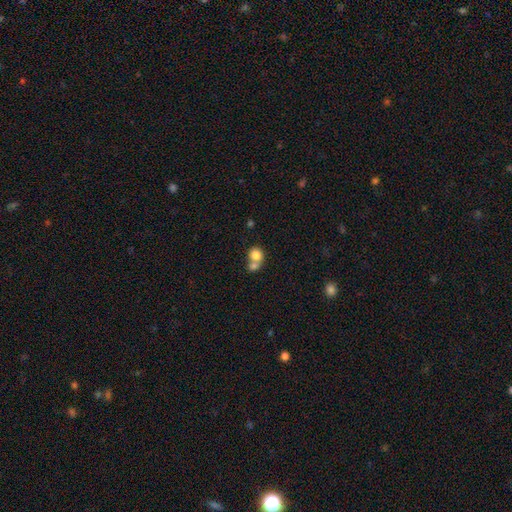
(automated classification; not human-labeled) smooth-or-featured: smooth: 80% | featured or disk: 11% | star or artifact: 9%
  how-rounded: round: 77% | in between: 22% | cigar-shaped: 1%
  merging: merger: 57% | none: 33% | minor disturbance: 6% | major disturbance: 3%